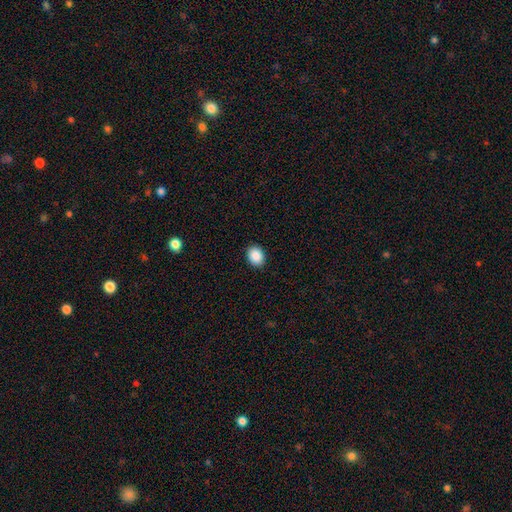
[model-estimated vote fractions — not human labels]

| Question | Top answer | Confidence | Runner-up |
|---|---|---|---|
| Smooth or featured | smooth | 89% | star or artifact (8%) |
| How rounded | in between | 60% | round (39%) |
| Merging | none | 91% | minor disturbance (6%) |